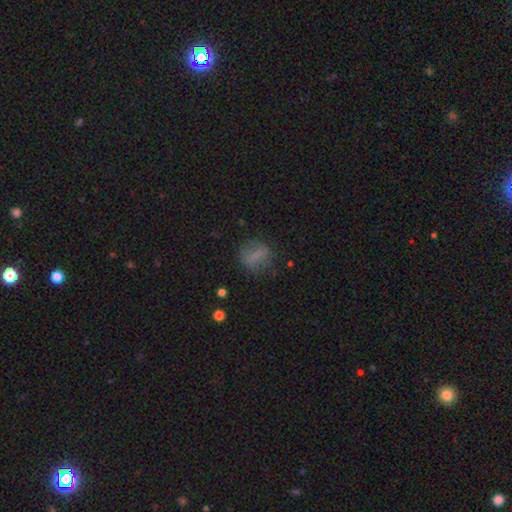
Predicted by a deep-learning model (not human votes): Morphology: type=smooth (63%); roundness=round (50%); merging=none (73%).